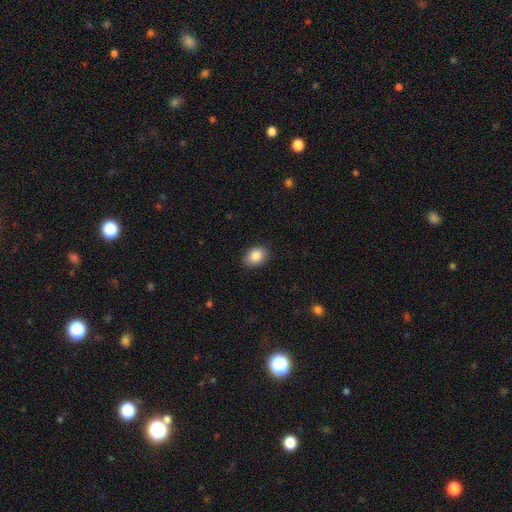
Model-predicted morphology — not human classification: A smooth galaxy with no disk features (87%) that is in between round and cigar-shaped (71%). Merging: none (87%).